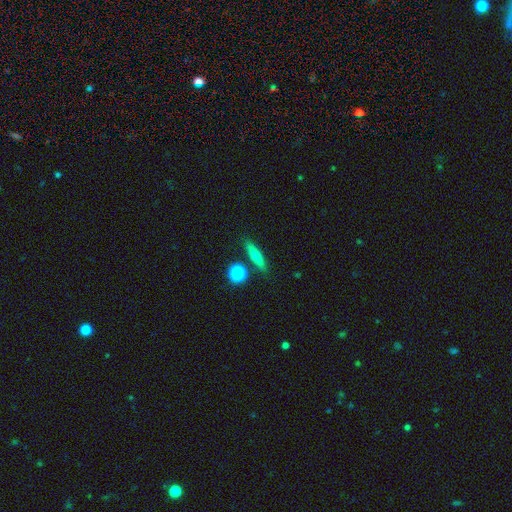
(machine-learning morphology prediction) Smooth or featured? smooth (60%)
How rounded? cigar-shaped (73%)
Merging? none (82%)